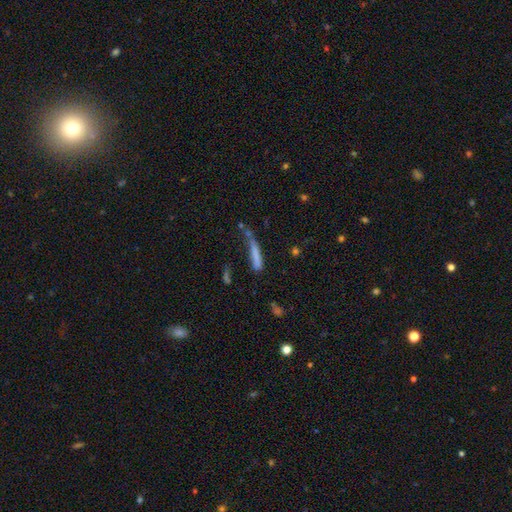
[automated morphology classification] A smooth galaxy with no disk features (71%) that is cigar-shaped (89%). Merging: none (45%).